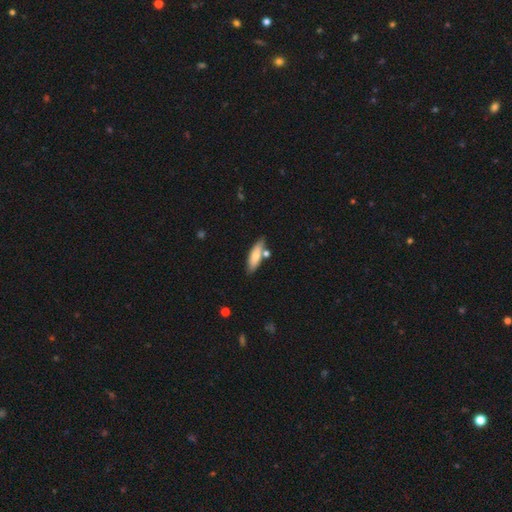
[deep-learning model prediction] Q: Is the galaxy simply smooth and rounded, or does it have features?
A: smooth — 72%.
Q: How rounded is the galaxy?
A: cigar-shaped — 55%.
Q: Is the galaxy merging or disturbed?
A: none — 71%.